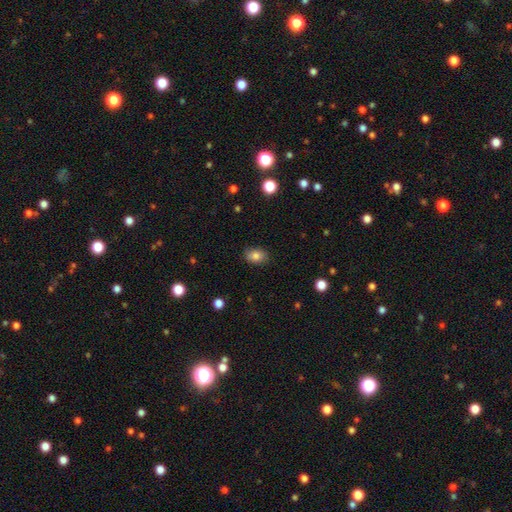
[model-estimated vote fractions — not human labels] This appears to be a smooth galaxy with no disk features (83%) that is in between round and cigar-shaped (77%). Merging: none (85%).